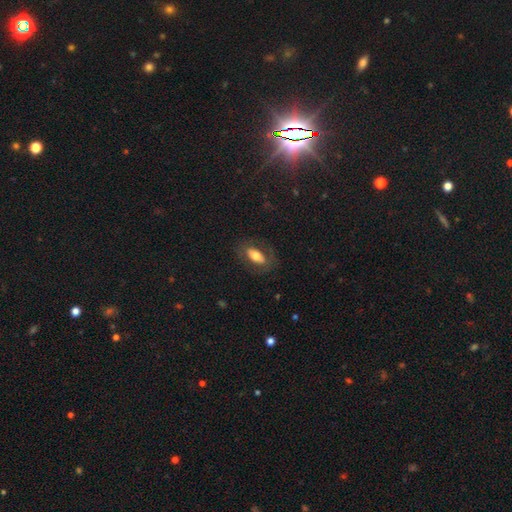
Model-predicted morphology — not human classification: Smooth or featured: smooth — 64% (featured or disk — 29%)
How rounded: in between — 88% (cigar-shaped — 7%)
Merging: none — 76% (minor disturbance — 14%)